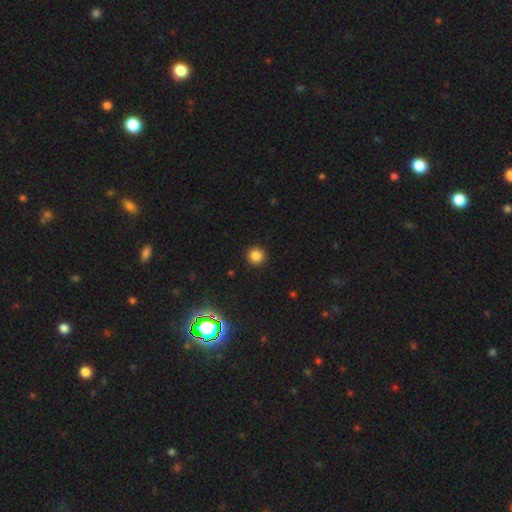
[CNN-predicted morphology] smooth_or_featured: smooth (p=0.83) [alt: star or artifact p=0.13]
how_rounded: round (p=0.95) [alt: in between p=0.04]
merging: none (p=0.93) [alt: minor disturbance p=0.05]